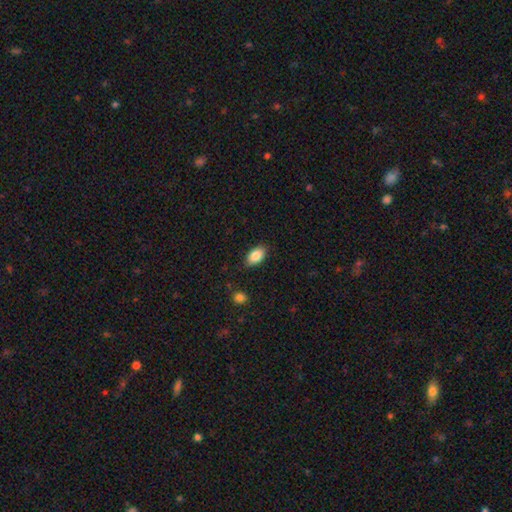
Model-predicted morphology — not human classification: smooth_or_featured: smooth (p=0.85) [alt: featured or disk p=0.08]
how_rounded: in between (p=0.92) [alt: round p=0.05]
merging: none (p=0.85) [alt: minor disturbance p=0.11]